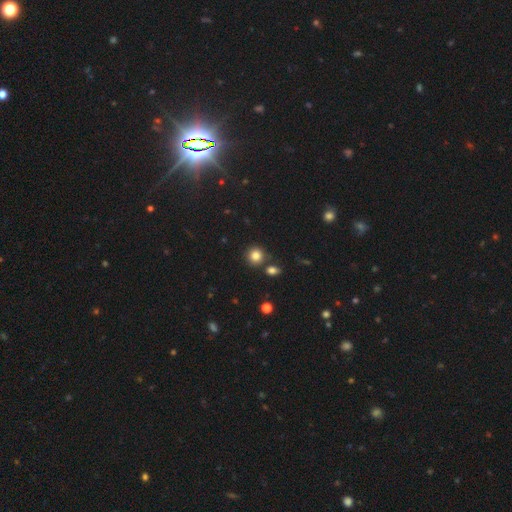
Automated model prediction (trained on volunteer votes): This appears to be a smooth galaxy with no disk features (83%) that is round (89%). Merging: none (78%).